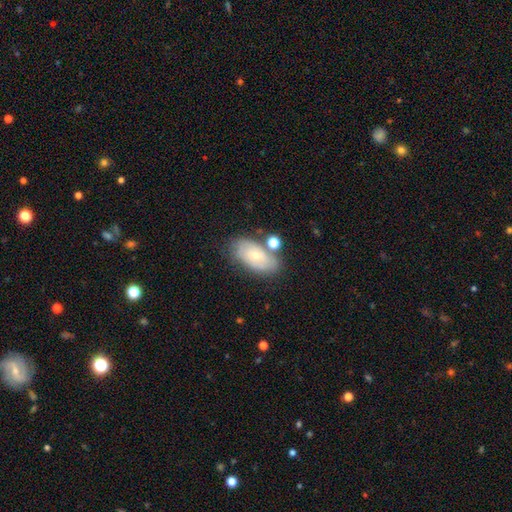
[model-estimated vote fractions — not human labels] Overall: smooth (51%; featured or disk 41%). How rounded: in between (90%). Merging: none (61%).